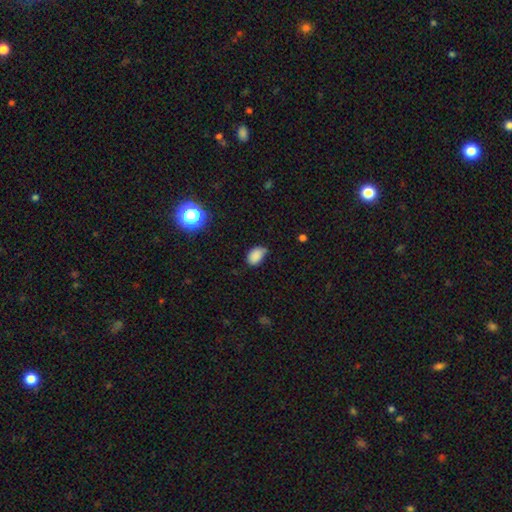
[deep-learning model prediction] A smooth galaxy with no disk features (84%) that is in between round and cigar-shaped (84%).

Vote fractions:
- Smooth or featured? smooth: 84% / star or artifact: 11% / featured or disk: 5%
- How rounded? in between: 84% / round: 15% / cigar-shaped: 1%
- Merging? none: 55% / minor disturbance: 36% / major disturbance: 7% / merger: 2%